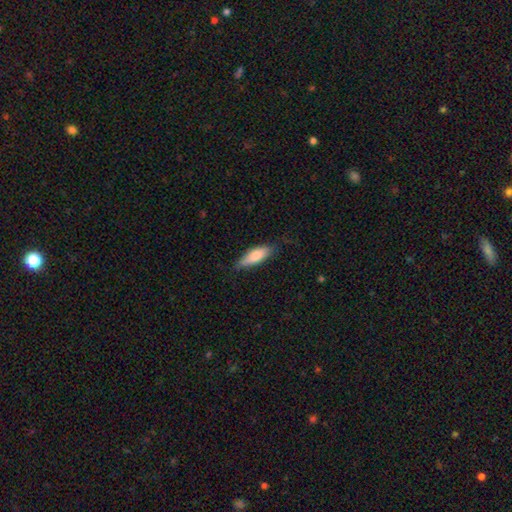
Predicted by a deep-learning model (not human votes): A smooth galaxy with no disk features (79%) that is in between round and cigar-shaped (62%). Merging: none (72%).